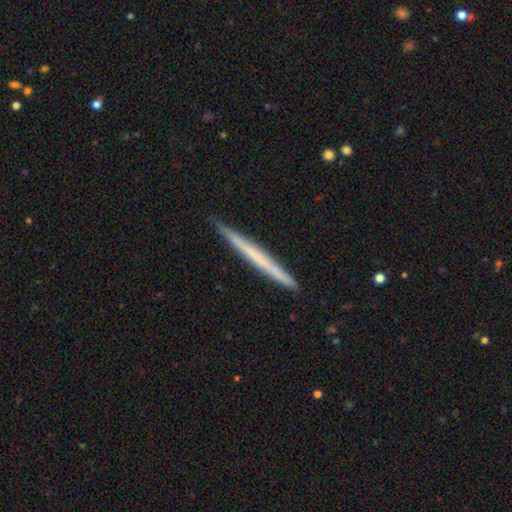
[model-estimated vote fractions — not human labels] Smooth or featured: featured or disk — 49% (smooth — 46%)
Merging: none — 90% (minor disturbance — 8%)